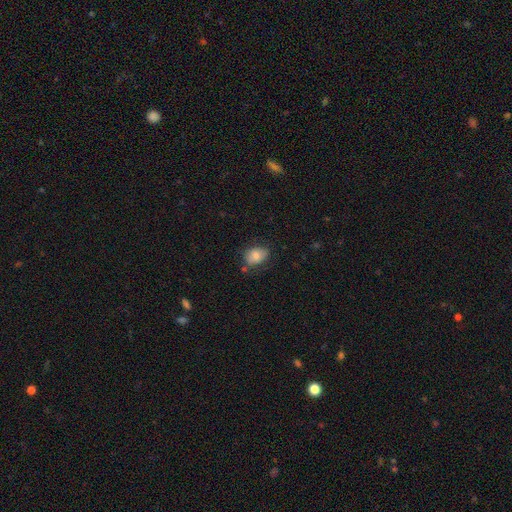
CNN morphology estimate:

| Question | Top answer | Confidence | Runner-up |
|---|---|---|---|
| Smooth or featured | smooth | 80% | featured or disk (12%) |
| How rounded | in between | 72% | round (27%) |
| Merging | none | 68% | minor disturbance (22%) |